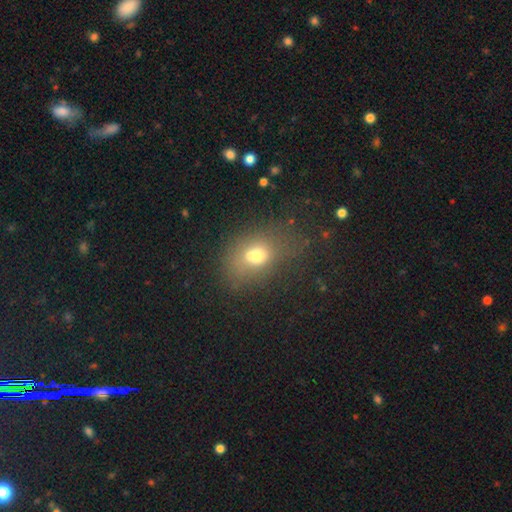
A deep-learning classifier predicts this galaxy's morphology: Smooth or featured? smooth (66%)
How rounded? in between (68%)
Merging? none (43%)